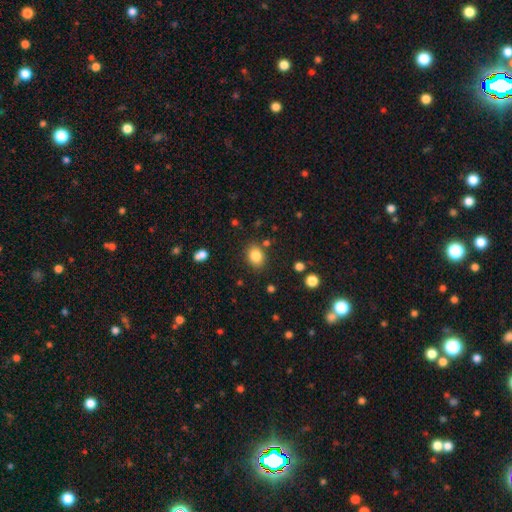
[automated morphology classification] Smooth or featured? smooth (83%)
How rounded? in between (57%)
Merging? none (82%)